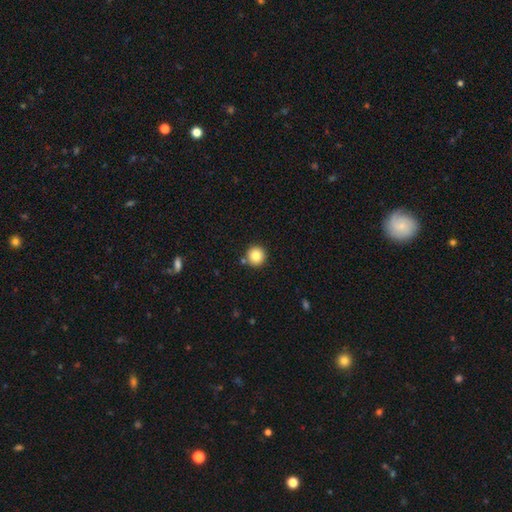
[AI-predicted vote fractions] The model was most divided on "smooth or featured": smooth: 85%, star or artifact: 10%, featured or disk: 6%. More confident: how rounded — round (95%); merging — none (84%).